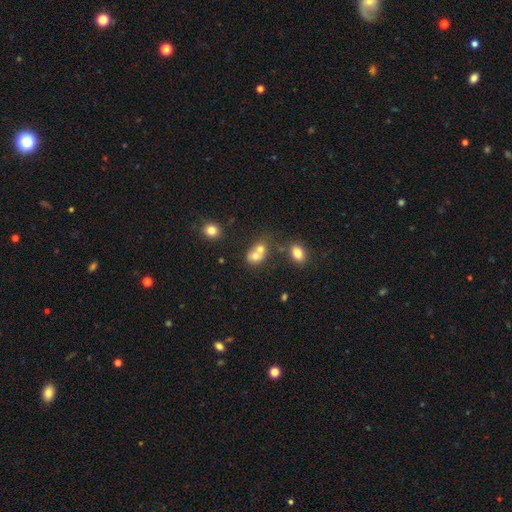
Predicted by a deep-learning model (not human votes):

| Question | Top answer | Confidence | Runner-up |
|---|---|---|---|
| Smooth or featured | smooth | 69% | featured or disk (19%) |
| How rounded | round | 57% | in between (42%) |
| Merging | merger | 62% | none (26%) |